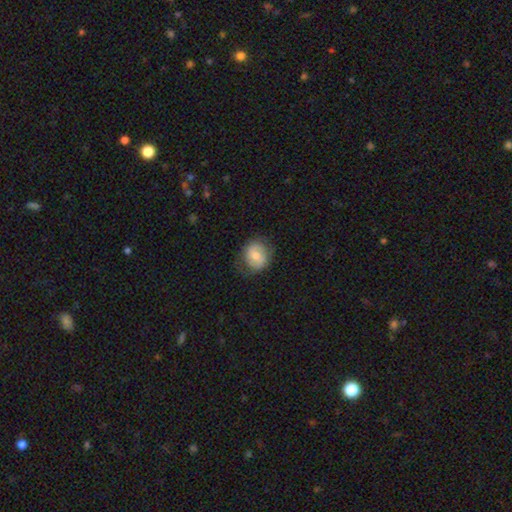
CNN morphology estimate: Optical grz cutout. It shows a smooth galaxy with no disk features (63%) that is round (72%). Merging: none (72%).